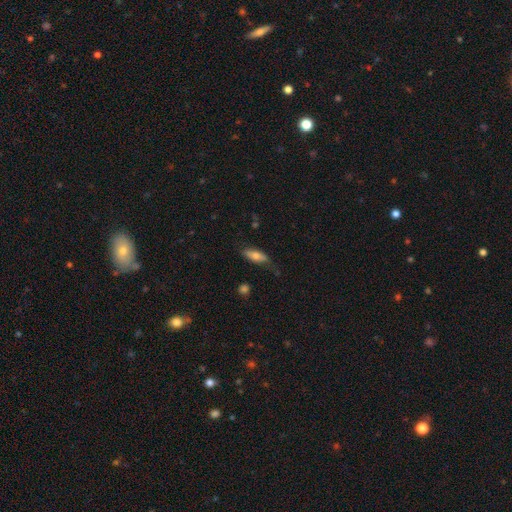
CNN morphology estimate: type=smooth (69%); roundness=in between (64%); merging=none (66%).